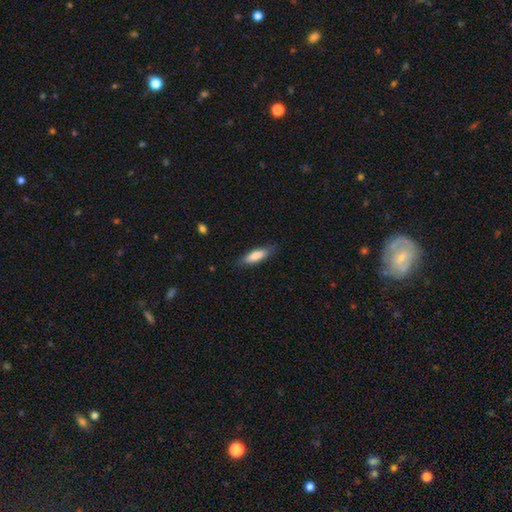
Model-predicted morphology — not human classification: type=smooth (81%); roundness=in between (52%); merging=none (80%).